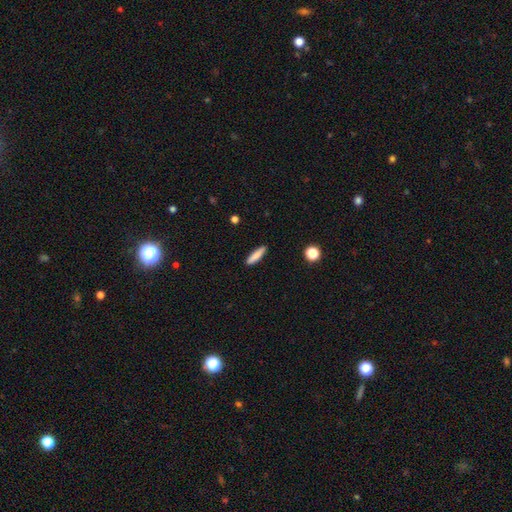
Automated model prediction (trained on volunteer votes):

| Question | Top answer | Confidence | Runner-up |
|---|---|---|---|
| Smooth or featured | smooth | 83% | featured or disk (10%) |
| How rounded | cigar-shaped | 80% | in between (18%) |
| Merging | none | 89% | minor disturbance (8%) |